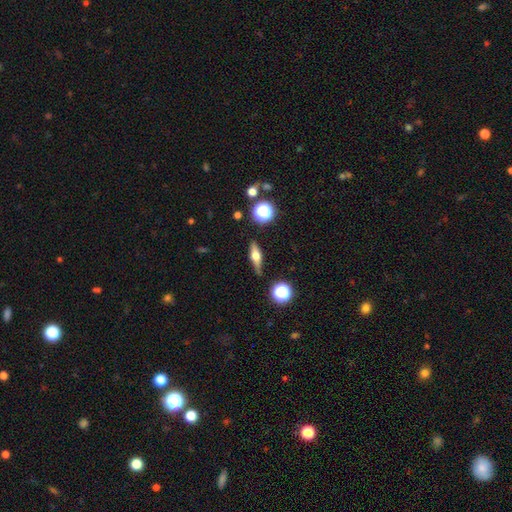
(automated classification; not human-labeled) This appears to be a featured or disk galaxy (50%) viewed edge-on (90%). Merging: none (82%).